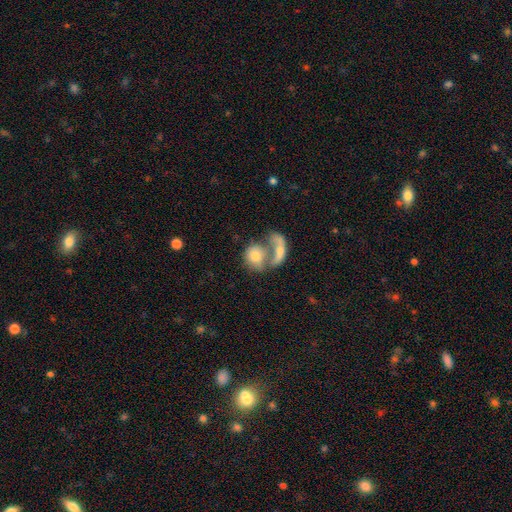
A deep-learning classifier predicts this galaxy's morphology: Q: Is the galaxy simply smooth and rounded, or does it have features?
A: smooth — 64%.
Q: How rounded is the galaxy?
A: round — 49%.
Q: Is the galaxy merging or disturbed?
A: merger — 69%.